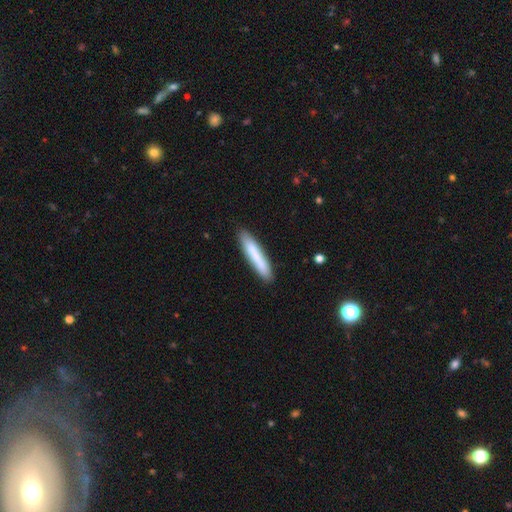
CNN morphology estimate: This is likely a smooth galaxy (78%). How rounded: clearly cigar-shaped (92%). Merging: clearly none (86%).